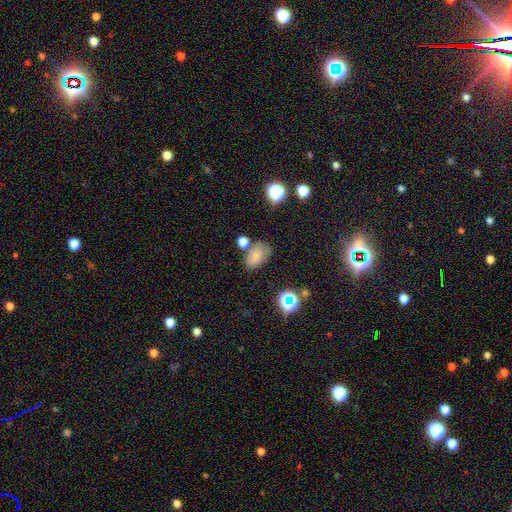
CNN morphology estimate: smooth_or_featured: smooth (p=0.71) [alt: star or artifact p=0.14]
how_rounded: in between (p=0.85) [alt: round p=0.13]
merging: none (p=0.61) [alt: minor disturbance p=0.21]